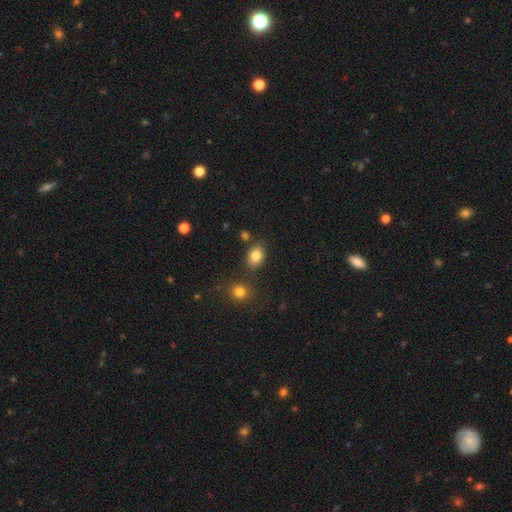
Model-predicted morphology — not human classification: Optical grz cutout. It shows a smooth galaxy with no disk features (82%) that is in between round and cigar-shaped (67%). Merging: none (76%).